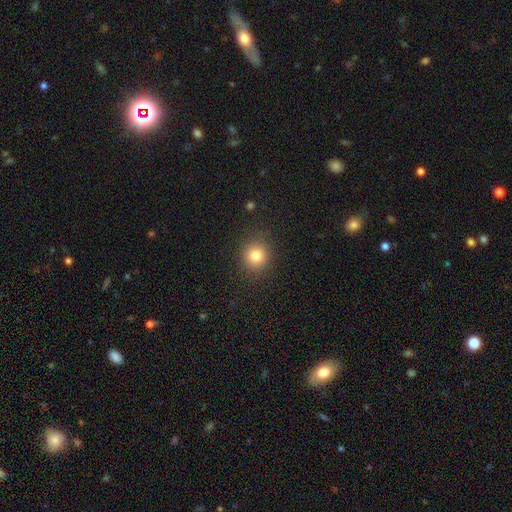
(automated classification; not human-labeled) This is clearly a smooth galaxy (81%). How rounded: clearly round (88%). Merging: clearly none (88%).